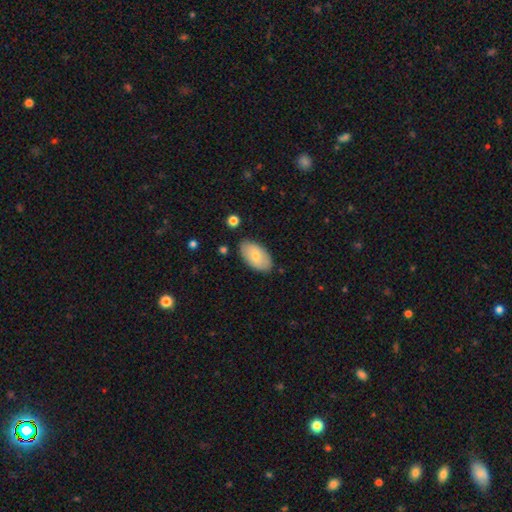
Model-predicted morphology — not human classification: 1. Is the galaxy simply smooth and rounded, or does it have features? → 71% smooth, 23% featured or disk, 6% star or artifact.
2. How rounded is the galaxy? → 94% in between, 4% round, 2% cigar-shaped.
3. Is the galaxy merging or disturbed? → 83% none, 13% minor disturbance, 3% major disturbance, 2% merger.